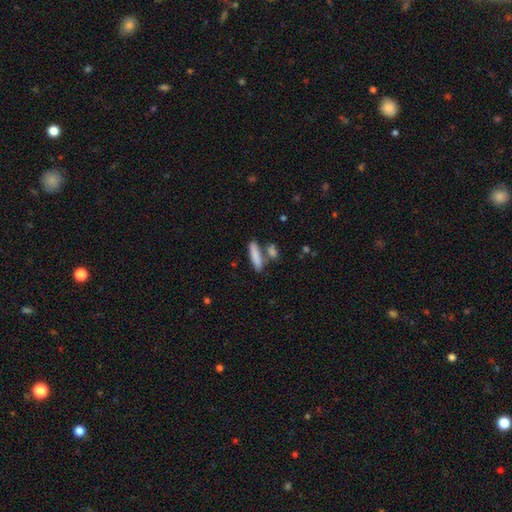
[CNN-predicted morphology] The model was most divided on "merging": none: 66%, merger: 19%, minor disturbance: 11%, major disturbance: 4%. More confident: smooth or featured — smooth (82%); how rounded — cigar-shaped (73%).